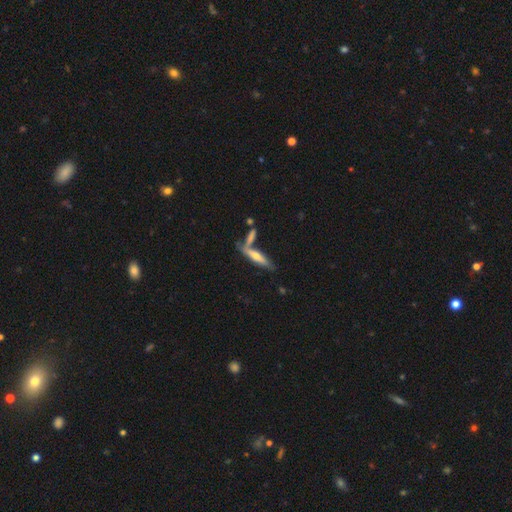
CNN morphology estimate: Smooth or featured?
  - featured or disk: 48% *
  - smooth: 45%
  - star or artifact: 7%
Merging?
  - none: 57% *
  - merger: 25%
  - minor disturbance: 14%
  - major disturbance: 4%